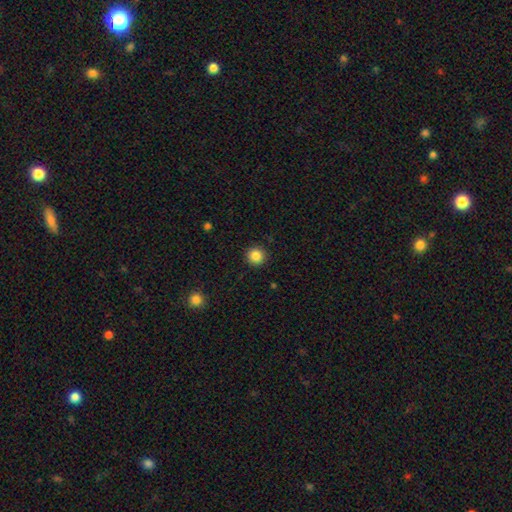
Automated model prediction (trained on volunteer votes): A smooth galaxy with no disk features (86%) that is round (95%). Merging: none (92%).